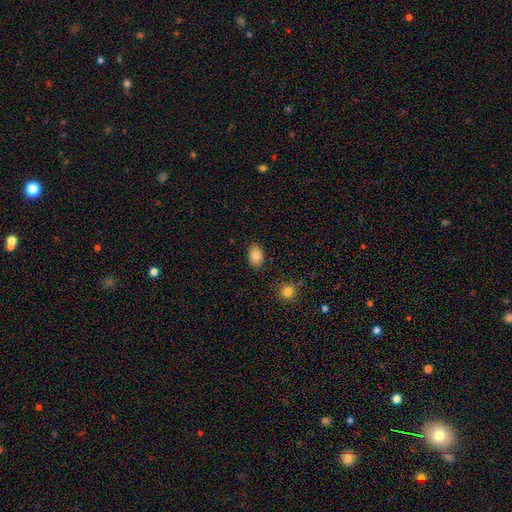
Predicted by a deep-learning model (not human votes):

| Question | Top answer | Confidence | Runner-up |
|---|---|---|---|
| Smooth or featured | smooth | 84% | star or artifact (8%) |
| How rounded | in between | 86% | round (13%) |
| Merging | none | 85% | minor disturbance (10%) |